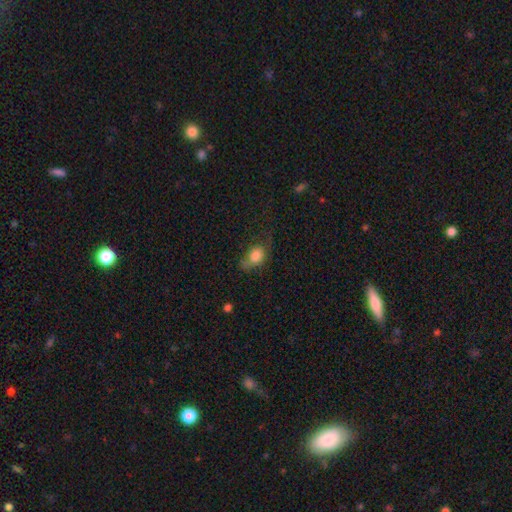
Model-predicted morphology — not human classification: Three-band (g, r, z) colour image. It shows a smooth galaxy with no disk features (79%) that is in between round and cigar-shaped (65%). Merging: none (41%).